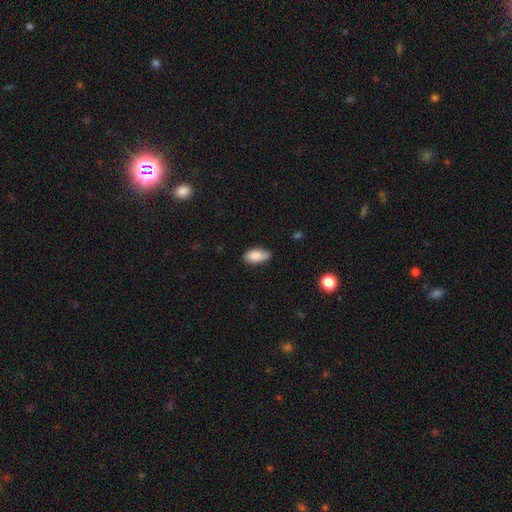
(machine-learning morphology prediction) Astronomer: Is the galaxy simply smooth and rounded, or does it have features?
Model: smooth — 86%.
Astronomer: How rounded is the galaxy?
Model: in between — 92%.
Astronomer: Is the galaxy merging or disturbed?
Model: none — 69%.